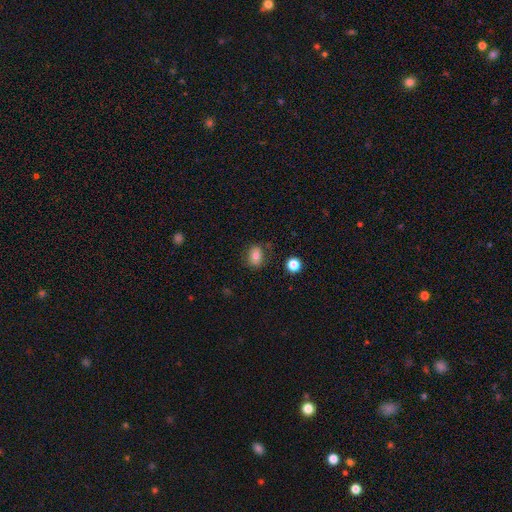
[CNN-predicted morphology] This is likely a smooth galaxy (76%). How rounded: likely in between (63%). Merging: likely none (78%).